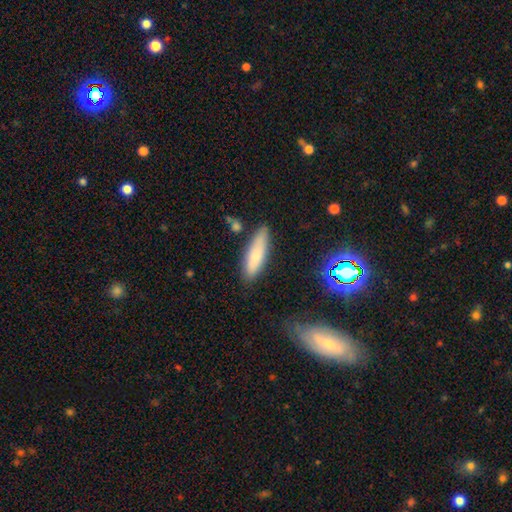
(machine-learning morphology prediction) type=smooth (74%); roundness=cigar-shaped (60%); merging=none (80%).